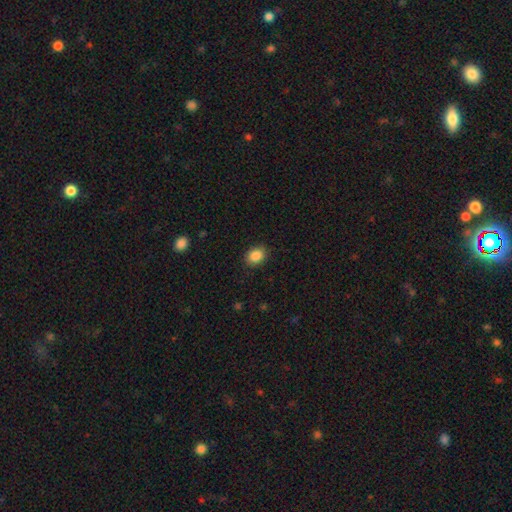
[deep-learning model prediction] Q: Smooth or featured?
A: smooth (88%); runner-up: star or artifact (9%)
Q: How rounded?
A: in between (59%); runner-up: round (40%)
Q: Merging?
A: none (87%); runner-up: minor disturbance (10%)